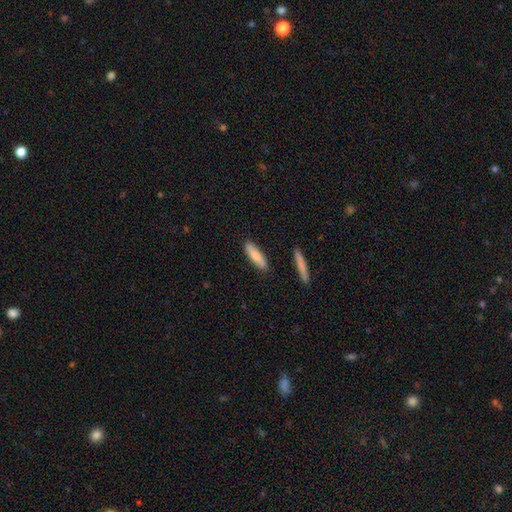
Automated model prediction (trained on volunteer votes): Smooth or featured?
  - smooth: 78% *
  - featured or disk: 16%
  - star or artifact: 6%
How rounded?
  - cigar-shaped: 65% *
  - in between: 33%
  - round: 2%
Merging?
  - none: 86% *
  - minor disturbance: 9%
  - merger: 3%
  - major disturbance: 2%